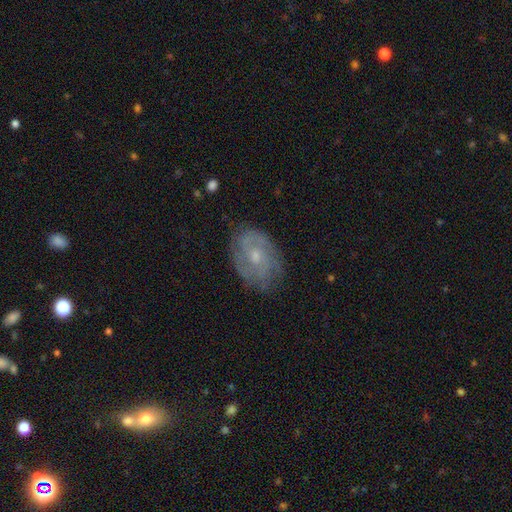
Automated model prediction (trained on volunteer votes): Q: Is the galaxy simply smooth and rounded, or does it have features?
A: featured or disk — 72%.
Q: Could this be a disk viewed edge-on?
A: no — 97%.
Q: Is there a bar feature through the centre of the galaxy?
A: no — 70%.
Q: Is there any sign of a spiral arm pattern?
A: yes — 86%.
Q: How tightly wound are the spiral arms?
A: tight — 53%.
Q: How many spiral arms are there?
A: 2 — 37%.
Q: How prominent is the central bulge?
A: small — 49%.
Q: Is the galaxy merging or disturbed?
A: none — 74%.